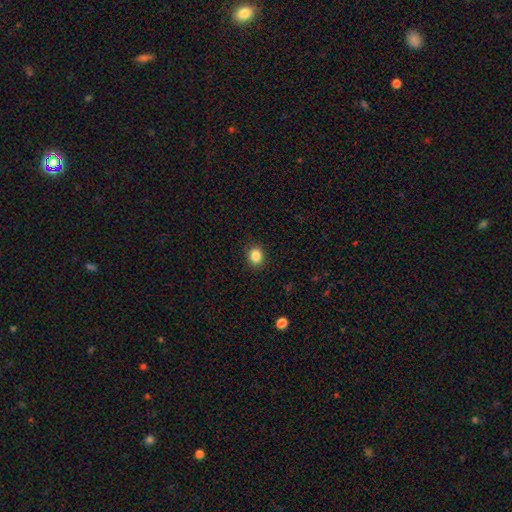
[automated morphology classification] Smooth or featured?
  - smooth: 86% *
  - star or artifact: 10%
  - featured or disk: 4%
How rounded?
  - round: 62% *
  - in between: 37%
  - cigar-shaped: 1%
Merging?
  - none: 88% *
  - minor disturbance: 8%
  - major disturbance: 2%
  - merger: 1%